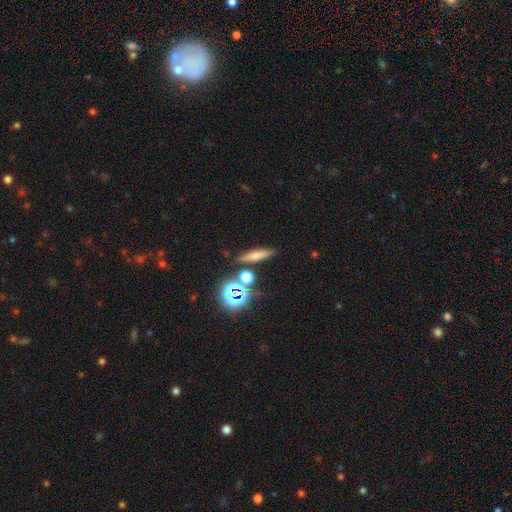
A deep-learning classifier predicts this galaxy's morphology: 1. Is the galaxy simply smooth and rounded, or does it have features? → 60% smooth, 20% star or artifact, 20% featured or disk.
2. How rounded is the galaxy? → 69% cigar-shaped, 17% in between, 14% round.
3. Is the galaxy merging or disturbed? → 82% none, 8% minor disturbance, 6% merger, 3% major disturbance.